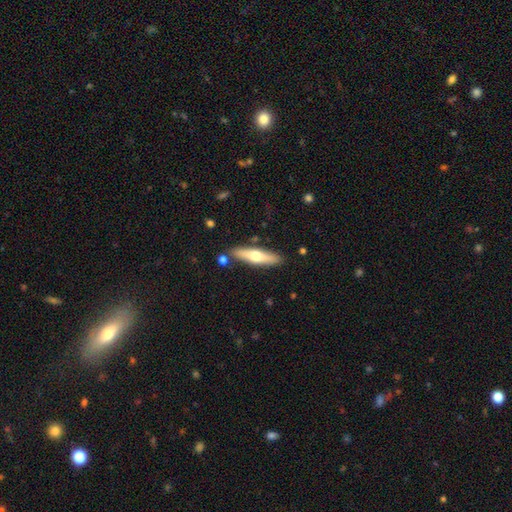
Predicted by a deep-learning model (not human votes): smooth_or_featured: smooth (p=0.52) [alt: featured or disk p=0.42]
how_rounded: cigar-shaped (p=0.76) [alt: in between p=0.22]
merging: none (p=0.84) [alt: minor disturbance p=0.10]